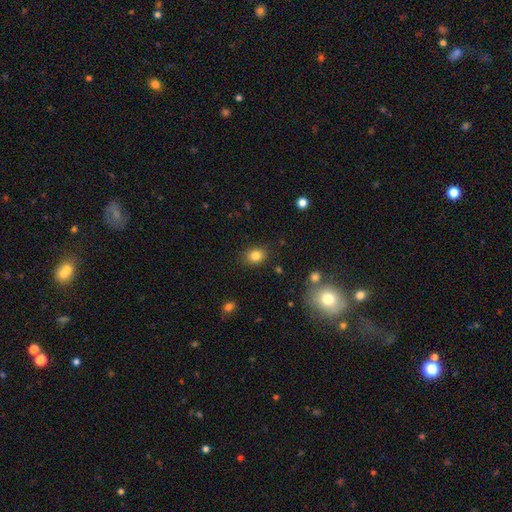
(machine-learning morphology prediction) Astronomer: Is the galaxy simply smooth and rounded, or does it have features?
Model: smooth — 82%.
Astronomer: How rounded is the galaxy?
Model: round — 50% (runner-up: in between, 49%).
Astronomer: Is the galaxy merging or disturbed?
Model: none — 86%.